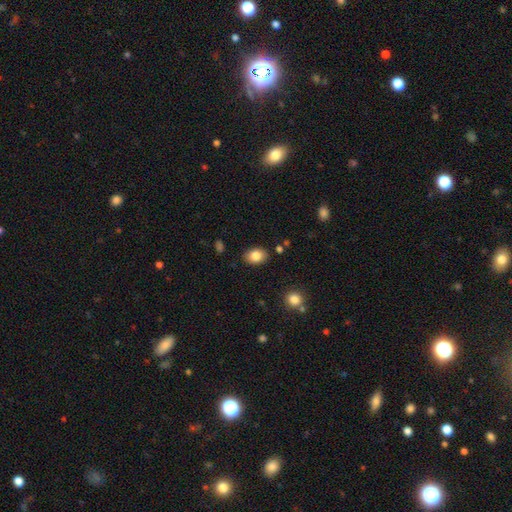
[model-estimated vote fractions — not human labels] This is clearly a smooth galaxy (84%). How rounded: likely in between (71%). Merging: clearly none (86%).